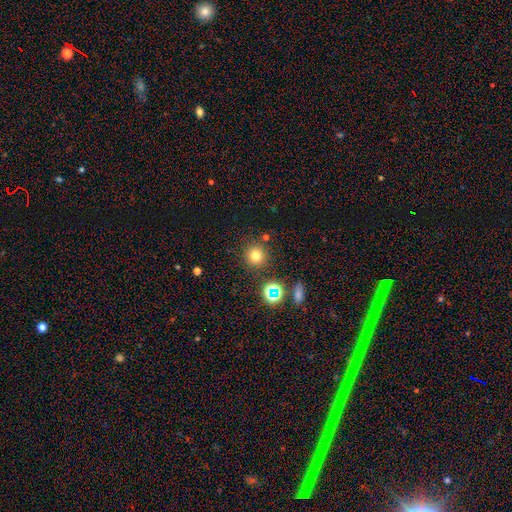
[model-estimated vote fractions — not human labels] The model was most divided on "smooth or featured": smooth: 72%, star or artifact: 20%, featured or disk: 8%. More confident: how rounded — round (94%); merging — none (85%).